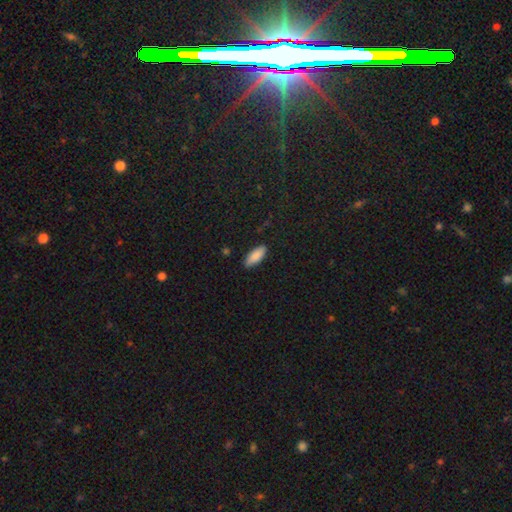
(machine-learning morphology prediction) Smooth or featured: smooth — 88% (star or artifact — 6%)
How rounded: in between — 78% (cigar-shaped — 21%)
Merging: none — 87% (minor disturbance — 10%)